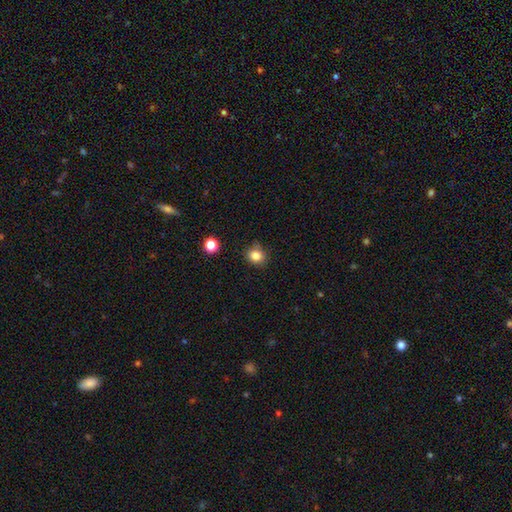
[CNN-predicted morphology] Q: Smooth or featured?
A: smooth (83%); runner-up: star or artifact (12%)
Q: How rounded?
A: round (74%); runner-up: in between (25%)
Q: Merging?
A: none (77%); runner-up: minor disturbance (17%)